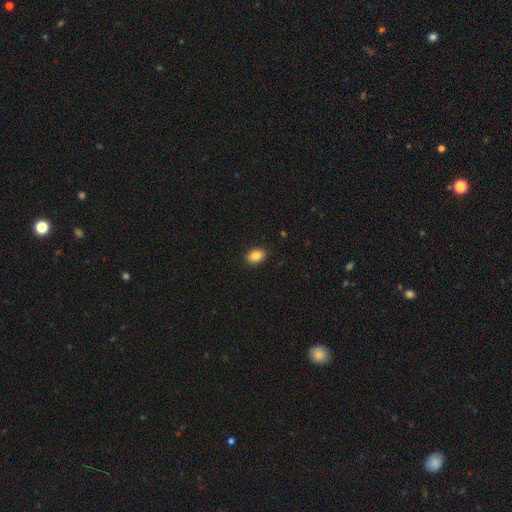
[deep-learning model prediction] Overall: smooth (86%). How rounded: in between (83%). Merging: none (90%).